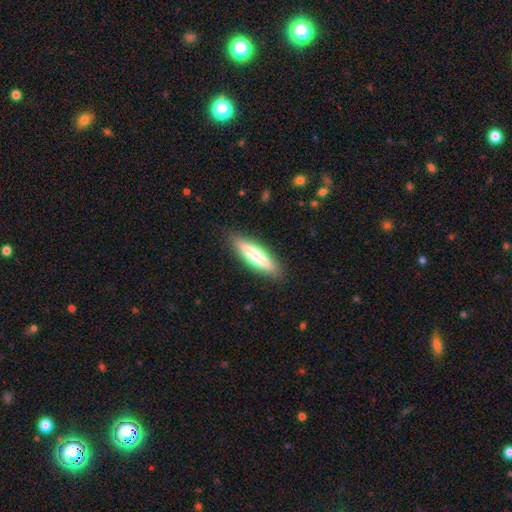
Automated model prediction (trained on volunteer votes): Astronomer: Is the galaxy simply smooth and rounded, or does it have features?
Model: smooth — 56% (runner-up: featured or disk, 39%).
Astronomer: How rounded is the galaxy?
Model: cigar-shaped — 80%.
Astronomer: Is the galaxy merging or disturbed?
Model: none — 89%.